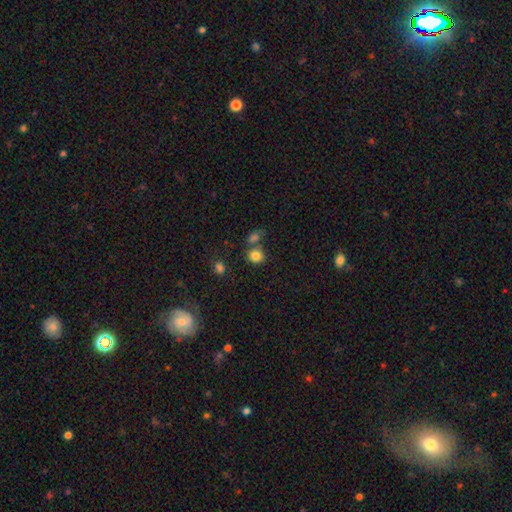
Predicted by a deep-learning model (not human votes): Overall: smooth (83%). How rounded: round (76%). Merging: none (63%).